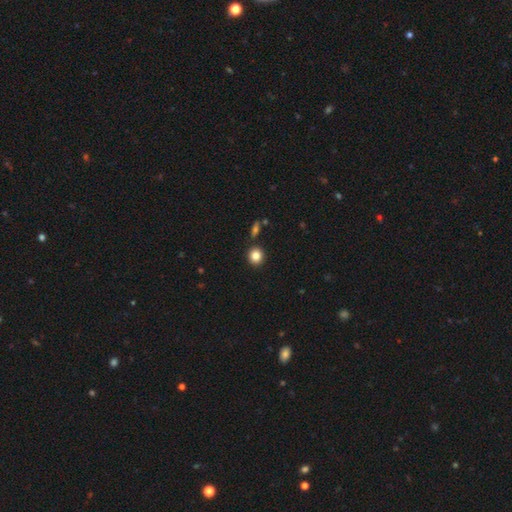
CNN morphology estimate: smooth 85%, star or artifact 10%, featured or disk 5%. Down the decision tree: how rounded — round (86%); merging — none (88%).